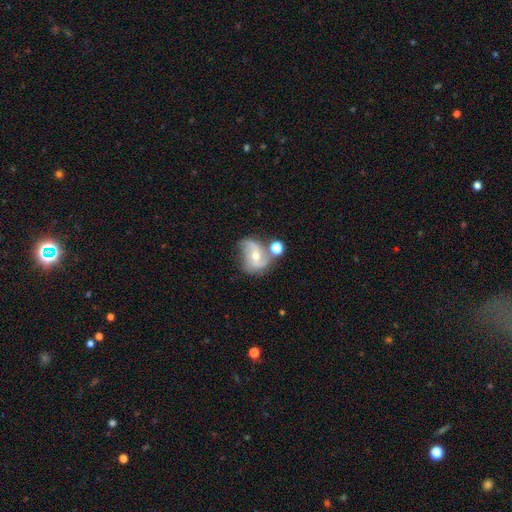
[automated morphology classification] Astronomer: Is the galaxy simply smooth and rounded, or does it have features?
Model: featured or disk — 76%.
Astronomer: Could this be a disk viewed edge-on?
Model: no — 97%.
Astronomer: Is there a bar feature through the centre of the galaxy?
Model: no — 49% (runner-up: weak, 37%).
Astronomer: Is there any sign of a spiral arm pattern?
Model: yes — 92%.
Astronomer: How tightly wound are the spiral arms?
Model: loose — 45% (runner-up: medium, 40%).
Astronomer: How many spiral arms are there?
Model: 2 — 77%.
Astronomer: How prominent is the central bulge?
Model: moderate — 55% (runner-up: small, 41%).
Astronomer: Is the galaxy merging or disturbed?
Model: none — 49%.